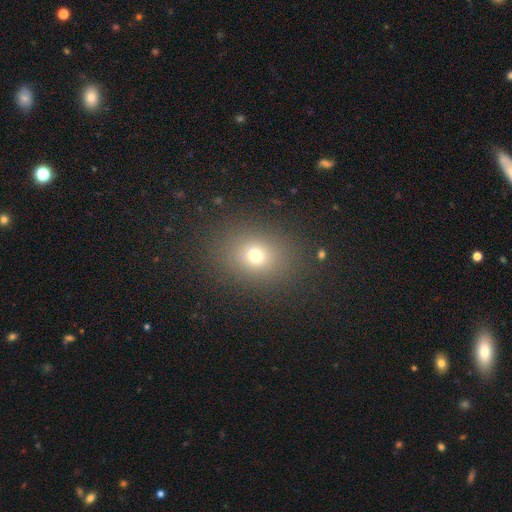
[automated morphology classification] Smooth or featured? Predicted: smooth (p=0.70). How rounded? Predicted: round (p=0.55). Merging? Predicted: none (p=0.85).